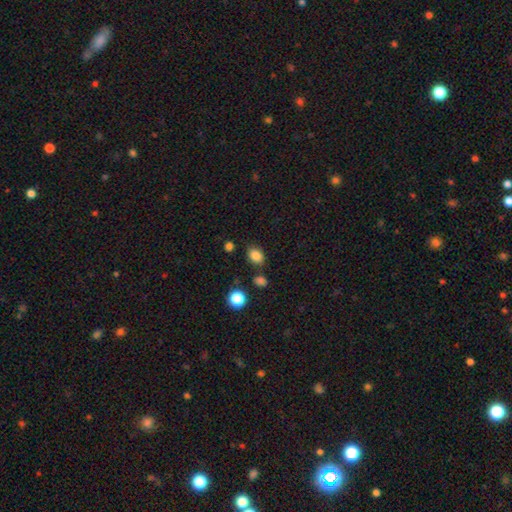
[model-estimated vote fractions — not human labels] A smooth galaxy with no disk features (84%) that is in between round and cigar-shaped (65%). Merging: none (79%).